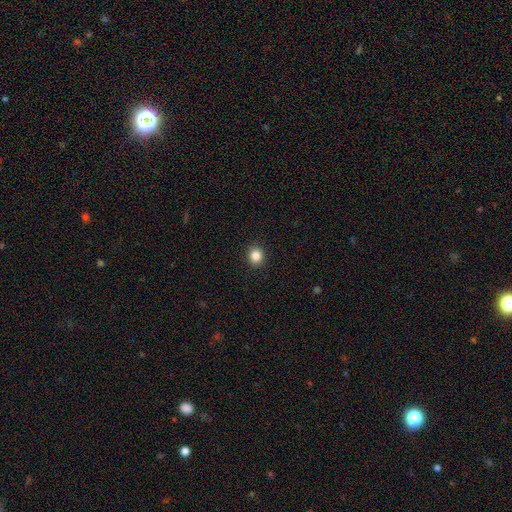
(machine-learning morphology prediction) Smooth or featured?
  - smooth: 85% *
  - star or artifact: 11%
  - featured or disk: 5%
How rounded?
  - round: 78% *
  - in between: 21%
  - cigar-shaped: 1%
Merging?
  - none: 92% *
  - minor disturbance: 6%
  - major disturbance: 2%
  - merger: 1%